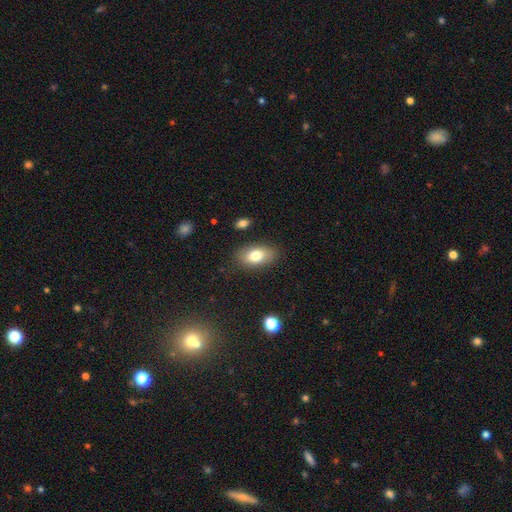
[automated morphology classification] Q: Smooth or featured?
A: smooth (78%); runner-up: featured or disk (14%)
Q: How rounded?
A: in between (91%); runner-up: round (7%)
Q: Merging?
A: none (83%); runner-up: minor disturbance (12%)